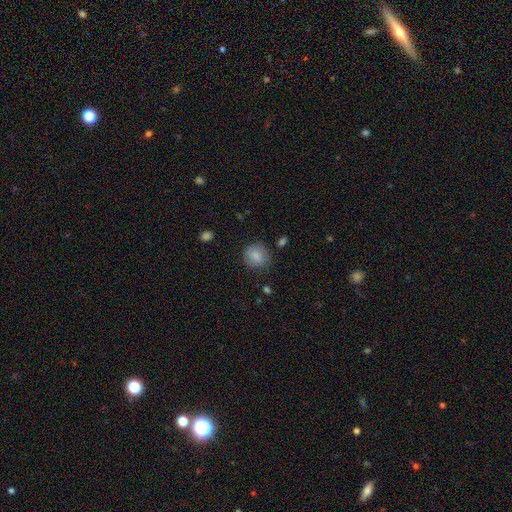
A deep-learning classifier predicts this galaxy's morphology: type=smooth (84%); roundness=round (80%); merging=none (82%).